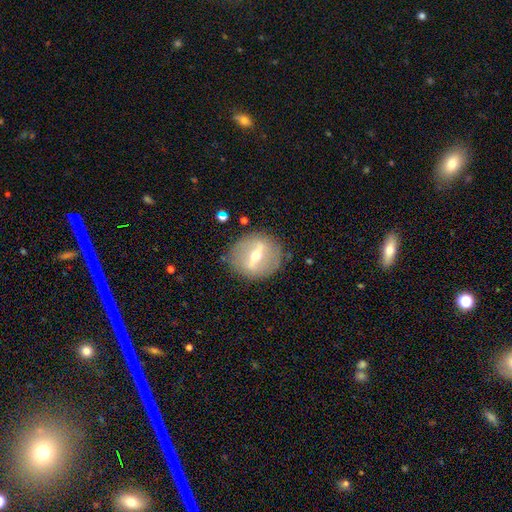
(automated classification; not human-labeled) Overall: featured or disk (73%). Edge-on disk: no (72%). Bar: strong (77%). Spiral arms: no (82%). Bulge size: moderate (61%; small 33%). Merging: none (85%).